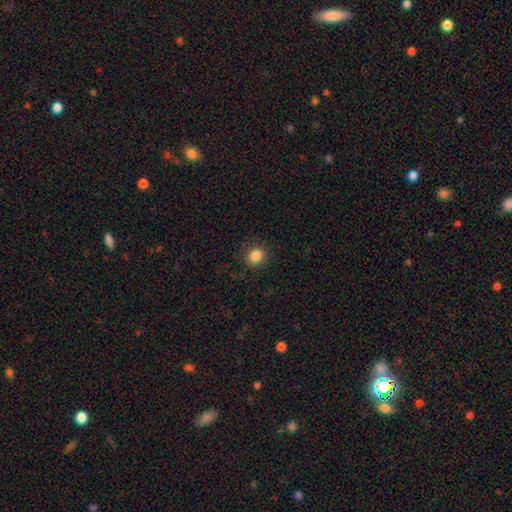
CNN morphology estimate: Smooth or featured: smooth — 85% (star or artifact — 11%)
How rounded: round — 84% (in between — 15%)
Merging: none — 88% (minor disturbance — 8%)